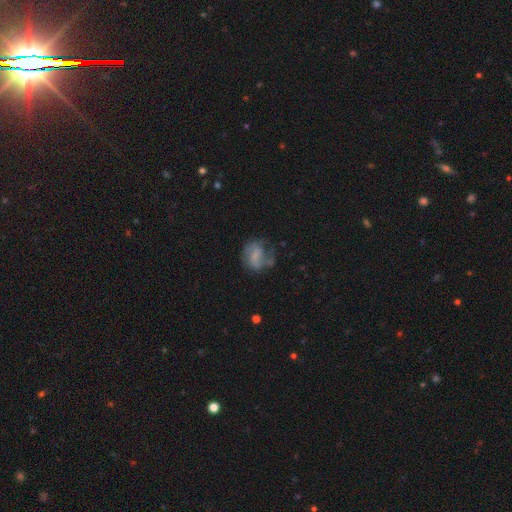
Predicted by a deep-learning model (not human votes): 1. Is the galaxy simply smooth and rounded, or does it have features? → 52% featured or disk, 38% smooth, 10% star or artifact.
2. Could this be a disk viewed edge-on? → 97% no, 3% yes.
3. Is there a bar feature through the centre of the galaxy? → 41% no (tied), 41% weak (tied), 18% strong.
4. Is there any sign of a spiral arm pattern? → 66% yes, 34% no.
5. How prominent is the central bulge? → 48% none, 29% small, 17% moderate, 5% large, 2% dominant.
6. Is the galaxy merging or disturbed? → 44% none, 27% major disturbance, 25% minor disturbance, 5% merger.